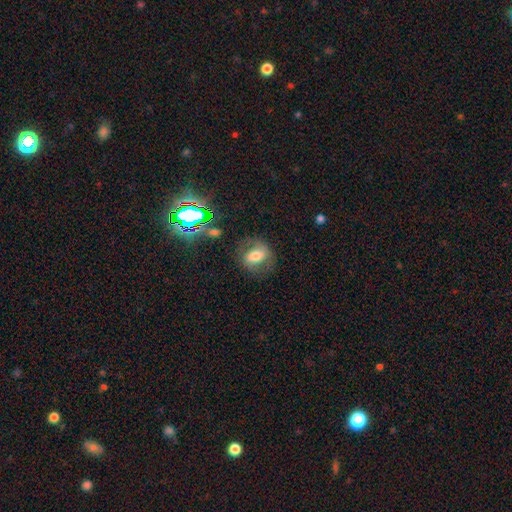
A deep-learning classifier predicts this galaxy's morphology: The model was most divided on "smooth or featured": smooth: 49%, featured or disk: 37%, star or artifact: 13%. More confident: merging — none (69%).